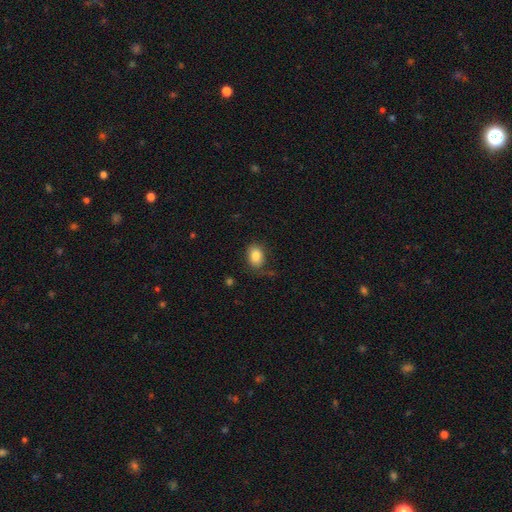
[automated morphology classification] Smooth or featured? Predicted: smooth (p=0.85). How rounded? Predicted: in between (p=0.77). Merging? Predicted: none (p=0.74).